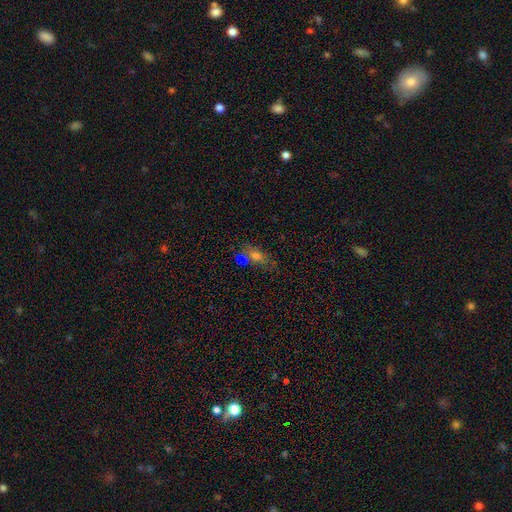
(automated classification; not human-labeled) Q: Smooth or featured?
A: smooth (61%); runner-up: featured or disk (22%)
Q: How rounded?
A: in between (66%); runner-up: round (26%)
Q: Merging?
A: none (41%); runner-up: merger (34%)